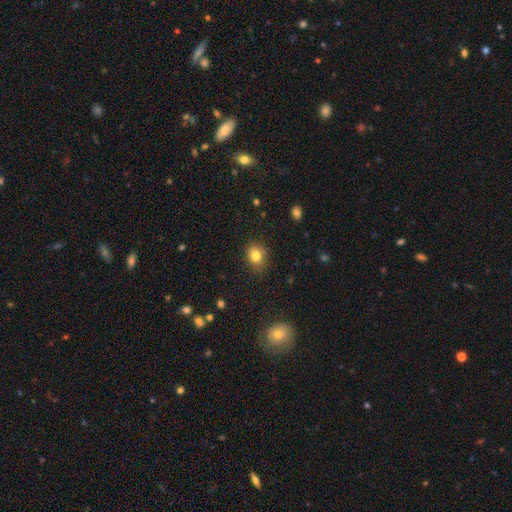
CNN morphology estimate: A smooth galaxy with no disk features (81%) that is round (56%). Merging: none (78%).